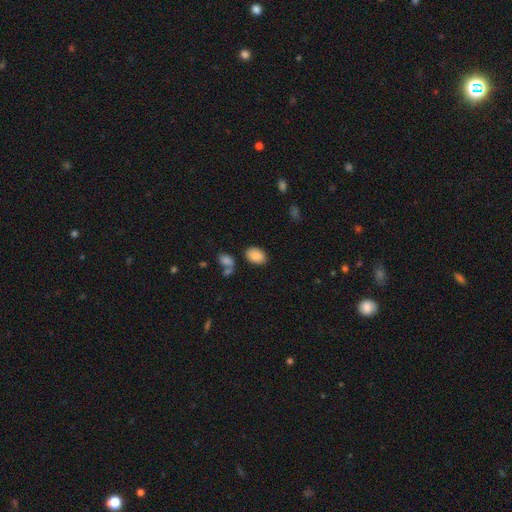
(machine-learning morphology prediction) smooth-or-featured: smooth: 86% | star or artifact: 8% | featured or disk: 6%
  how-rounded: in between: 85% | round: 14% | cigar-shaped: 1%
  merging: none: 77% | minor disturbance: 12% | merger: 7% | major disturbance: 4%